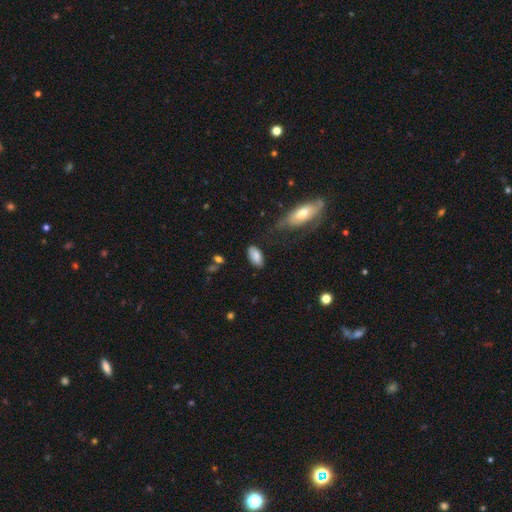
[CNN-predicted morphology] type=smooth (85%); roundness=in between (93%); merging=none (77%).